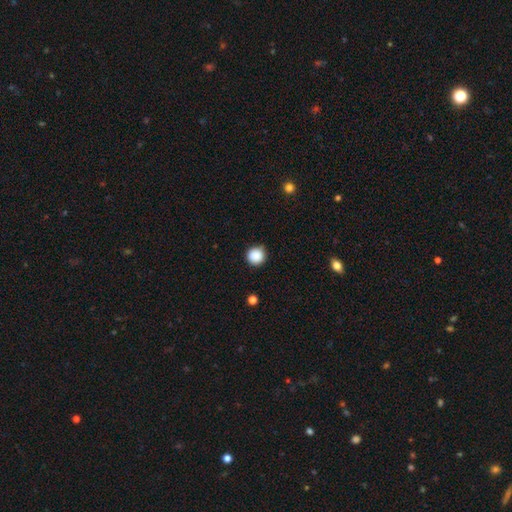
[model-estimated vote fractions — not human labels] Overall: smooth (88%). How rounded: round (95%). Merging: none (86%).